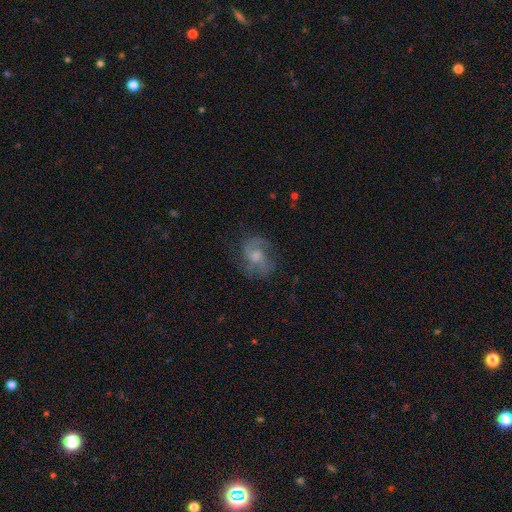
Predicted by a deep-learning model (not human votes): Smooth or featured? Predicted: featured or disk (p=0.73). Edge-on disk? Predicted: no (p=0.97). Bar? Predicted: no (p=0.56). Spiral arms? Predicted: yes (p=0.91). Spiral winding? Predicted: medium (p=0.50). Spiral arm count? Predicted: 2 (p=0.72). Bulge size? Predicted: moderate (p=0.52). Merging? Predicted: none (p=0.70).